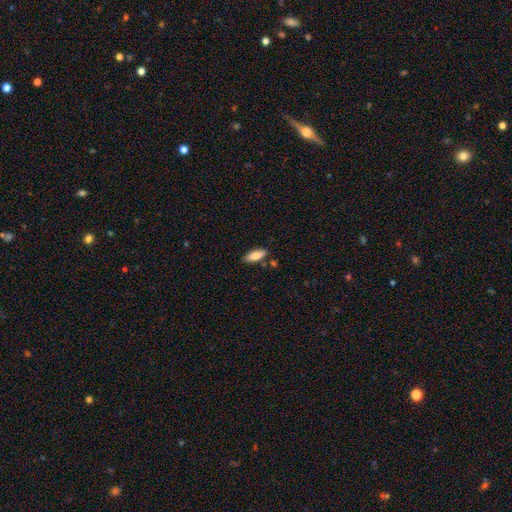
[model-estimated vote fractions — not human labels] Overall: smooth (80%). How rounded: in between (73%). Merging: none (82%).